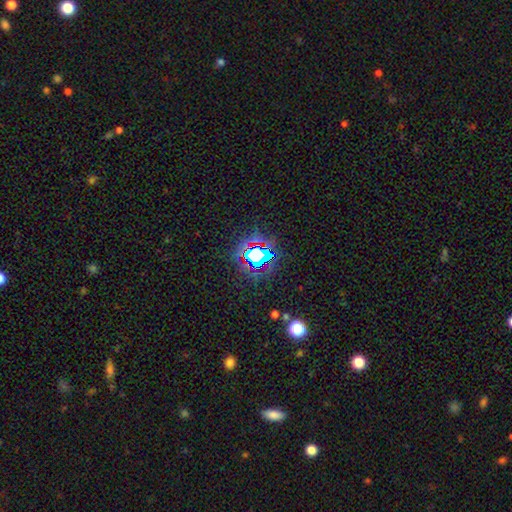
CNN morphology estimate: Smooth or featured? Predicted: star or artifact (p=0.70).